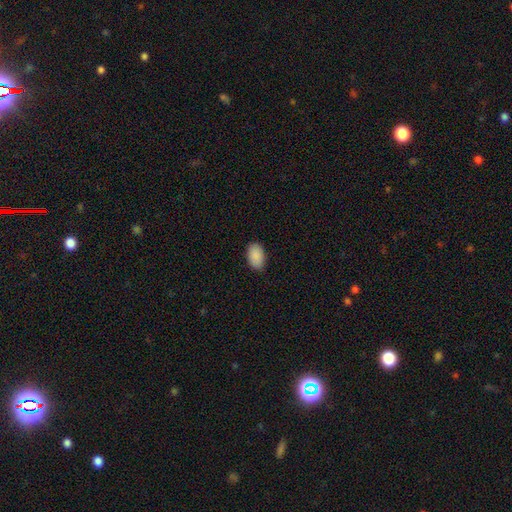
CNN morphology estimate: Smooth or featured? smooth (91%)
How rounded? in between (92%)
Merging? none (86%)